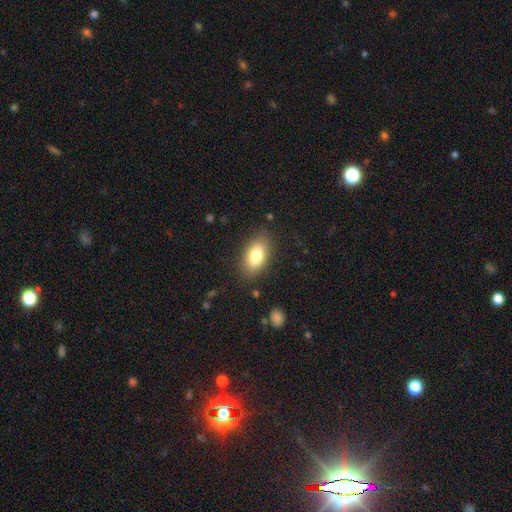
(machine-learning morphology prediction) Smooth or featured: smooth — 81% (featured or disk — 12%)
How rounded: in between — 91% (round — 5%)
Merging: none — 84% (minor disturbance — 11%)